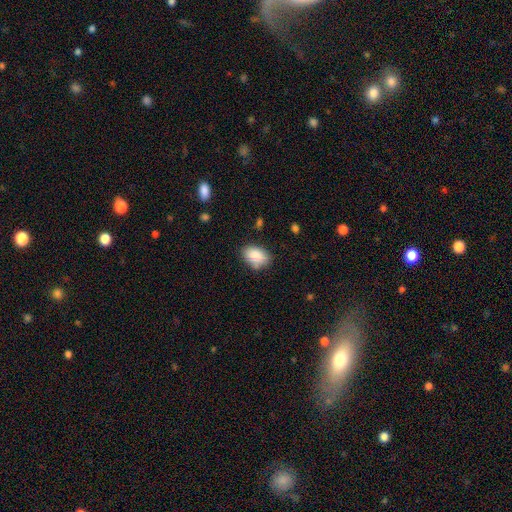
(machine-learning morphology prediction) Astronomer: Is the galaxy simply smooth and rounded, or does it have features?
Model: smooth — 87%.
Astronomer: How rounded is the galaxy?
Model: in between — 87%.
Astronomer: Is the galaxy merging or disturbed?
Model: none — 76%.